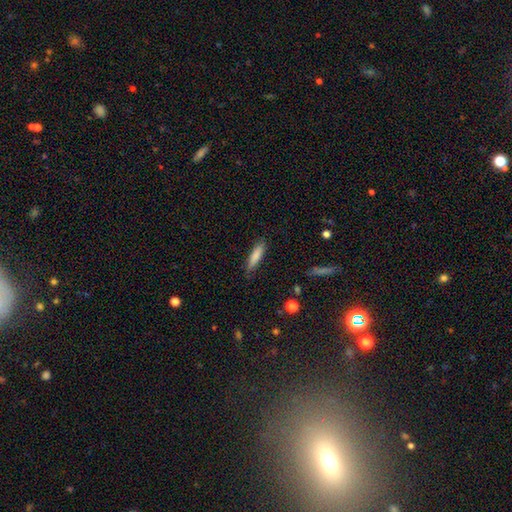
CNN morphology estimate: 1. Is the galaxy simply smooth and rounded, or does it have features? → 81% smooth, 13% featured or disk, 6% star or artifact.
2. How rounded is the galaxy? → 79% cigar-shaped, 20% in between, 1% round.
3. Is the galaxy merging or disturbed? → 83% none, 13% minor disturbance, 3% major disturbance, 1% merger.